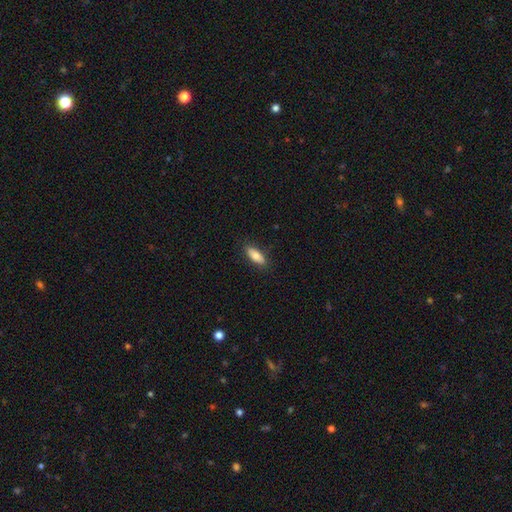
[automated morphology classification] This appears to be a smooth galaxy with no disk features (77%) that is in between round and cigar-shaped (71%). Merging: none (85%).